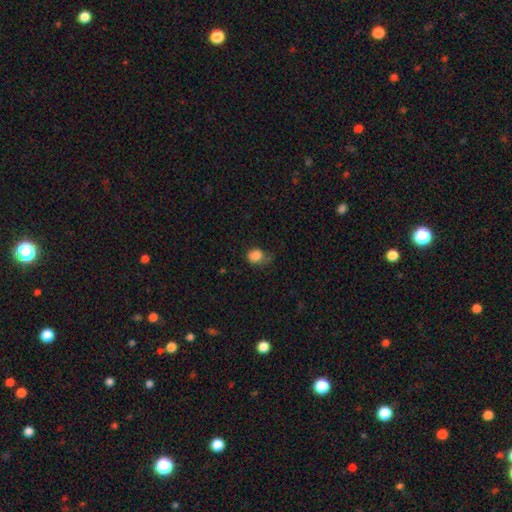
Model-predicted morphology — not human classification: A smooth galaxy with no disk features (85%) that is round (54%). Merging: none (52%).